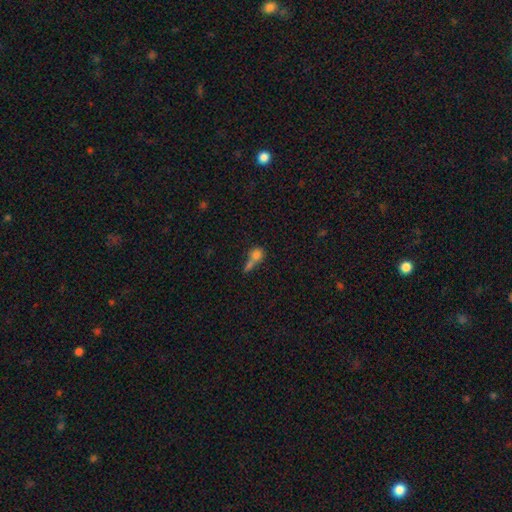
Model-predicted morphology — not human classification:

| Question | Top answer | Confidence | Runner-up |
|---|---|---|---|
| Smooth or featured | smooth | 72% | featured or disk (15%) |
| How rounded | round | 54% | in between (36%) |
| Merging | merger | 48% | none (28%) |